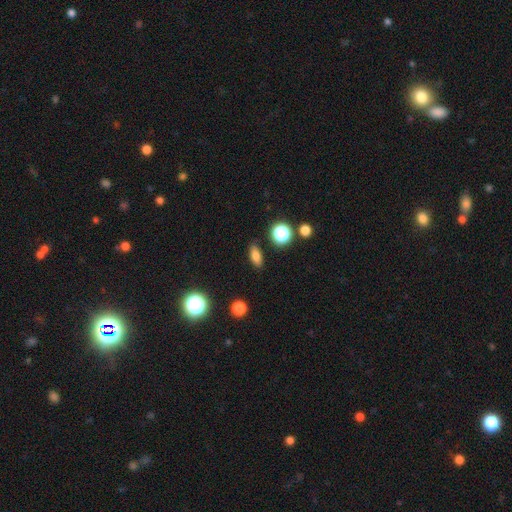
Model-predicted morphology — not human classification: This appears to be a smooth galaxy with no disk features (78%) that is in between round and cigar-shaped (74%). Merging: none (86%).